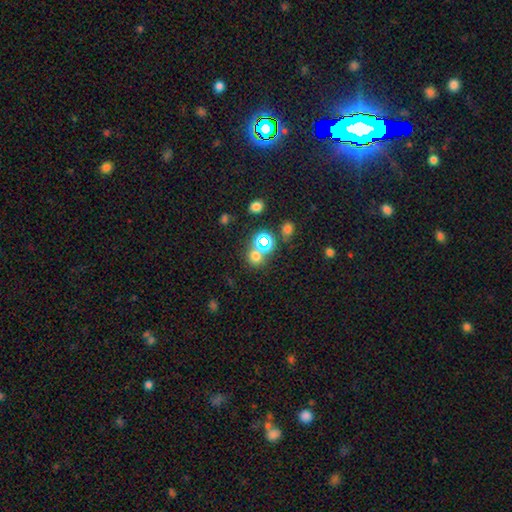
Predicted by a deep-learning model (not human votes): Smooth or featured? Predicted: smooth (p=0.61). How rounded? Predicted: round (p=0.83). Merging? Predicted: none (p=0.64).